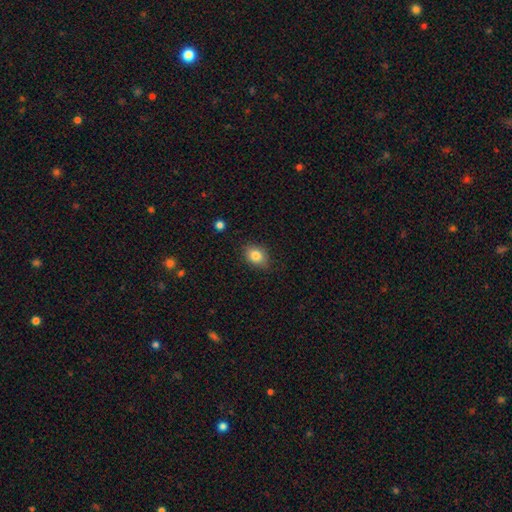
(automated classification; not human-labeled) Q: Smooth or featured?
A: smooth (82%); runner-up: star or artifact (10%)
Q: How rounded?
A: in between (58%); runner-up: round (40%)
Q: Merging?
A: none (81%); runner-up: minor disturbance (15%)